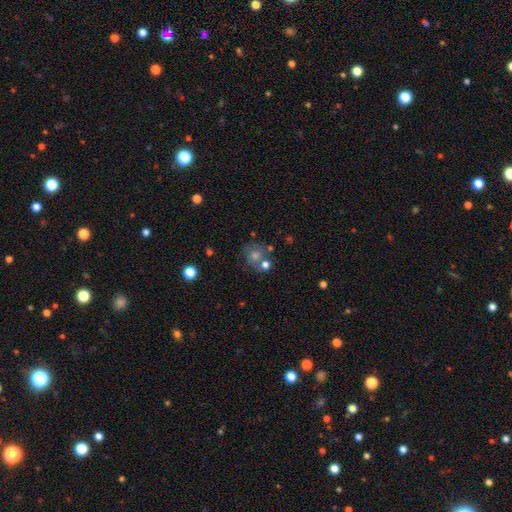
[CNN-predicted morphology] smooth-or-featured: smooth: 43% | featured or disk: 33% | star or artifact: 24%
  merging: none: 62% | merger: 17% | minor disturbance: 13% | major disturbance: 7%